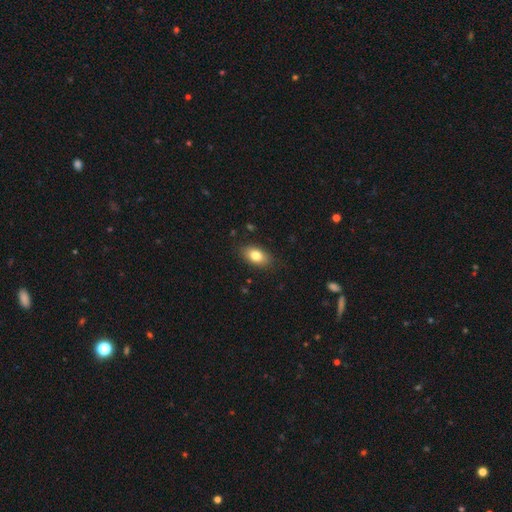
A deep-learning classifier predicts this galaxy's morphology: Smooth or featured? Predicted: smooth (p=0.80). How rounded? Predicted: in between (p=0.89). Merging? Predicted: none (p=0.86).